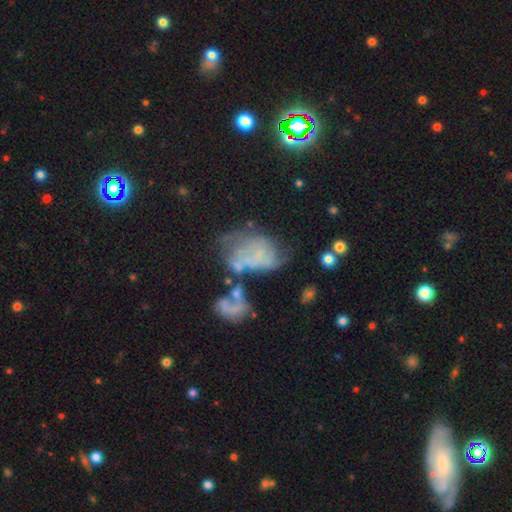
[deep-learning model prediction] smooth-or-featured: featured or disk: 49% | smooth: 36% | star or artifact: 15%
  merging: major disturbance: 33% | merger: 28% | none: 22% | minor disturbance: 18%